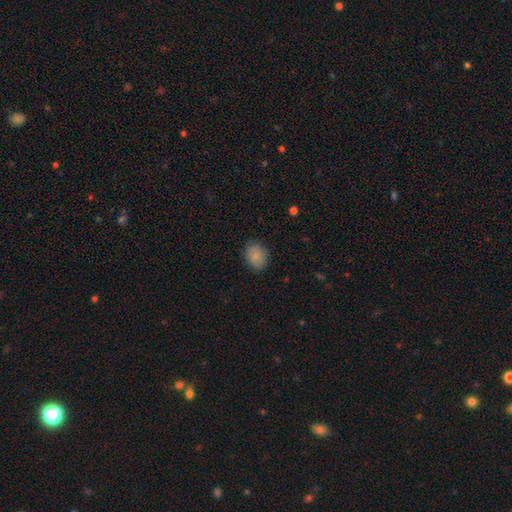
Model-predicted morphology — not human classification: smooth 86%, star or artifact 8%, featured or disk 6%. Down the decision tree: how rounded — in between (52%); merging — none (83%).